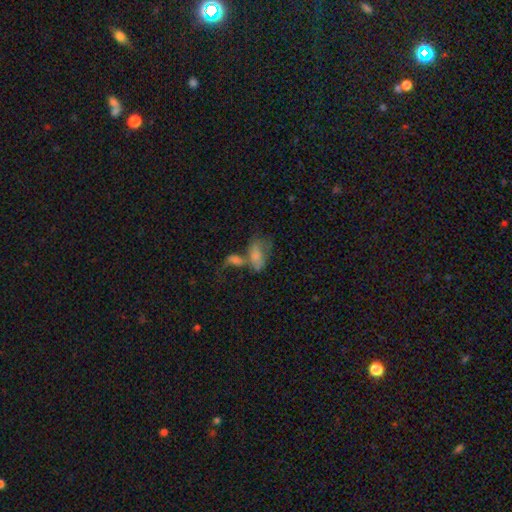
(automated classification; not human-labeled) smooth_or_featured: smooth (p=0.60) [alt: featured or disk p=0.29]
how_rounded: in between (p=0.88) [alt: round p=0.08]
merging: merger (p=0.56) [alt: major disturbance p=0.19]